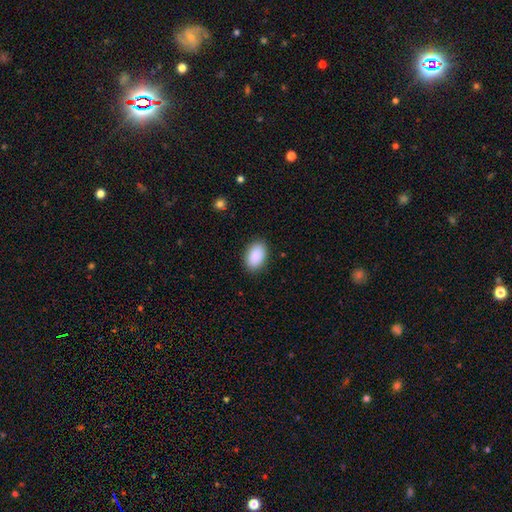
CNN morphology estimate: Overall: smooth (91%). How rounded: in between (92%). Merging: none (88%).